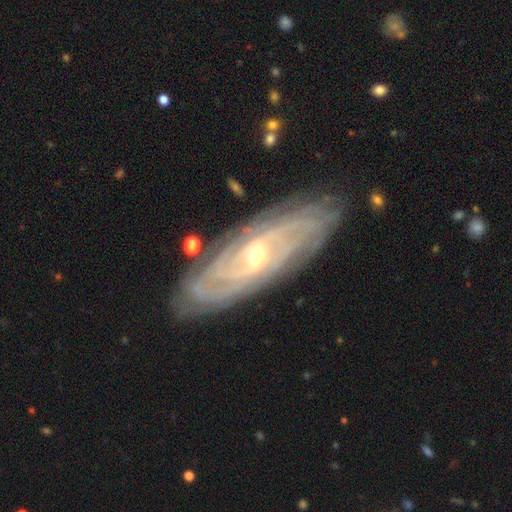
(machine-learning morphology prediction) featured or disk 86%, smooth 8%, star or artifact 6%. Down the decision tree: edge-on disk — no (85%); bar — no (48%); spiral arms — yes (96%); spiral arm count — can't tell (42%); spiral winding — tight (74%); bulge size — small (52%); merging — none (85%).